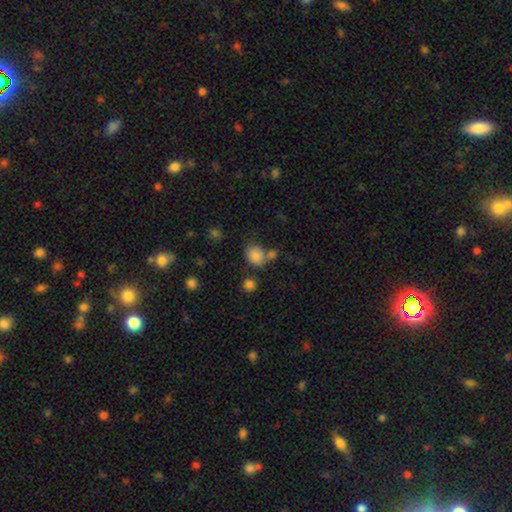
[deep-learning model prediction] smooth-or-featured: smooth: 83% | star or artifact: 11% | featured or disk: 6%
  how-rounded: round: 62% | in between: 37% | cigar-shaped: 1%
  merging: none: 53% | merger: 25% | minor disturbance: 15% | major disturbance: 7%